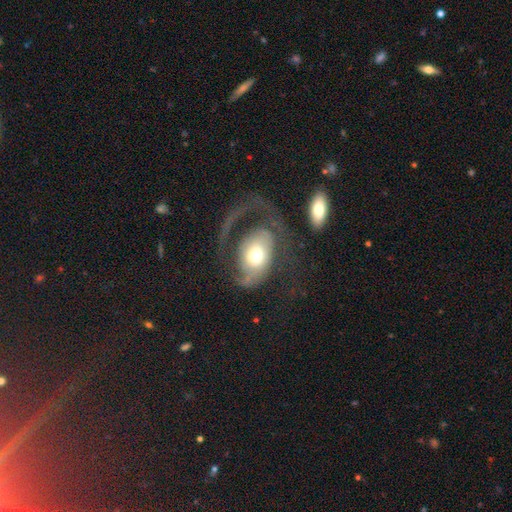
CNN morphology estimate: smooth-or-featured: featured or disk: 58% | smooth: 35% | star or artifact: 6%
  disk-edge-on: no: 94% | yes: 6%
    bar: no: 74% | weak: 19% | strong: 7%
    has-spiral-arms: yes: 70% | no: 30%
    bulge-size: moderate: 61% | large: 19% | small: 15% | dominant: 4% | none: 1%
  merging: major disturbance: 56% | none: 26% | minor disturbance: 13% | merger: 5%